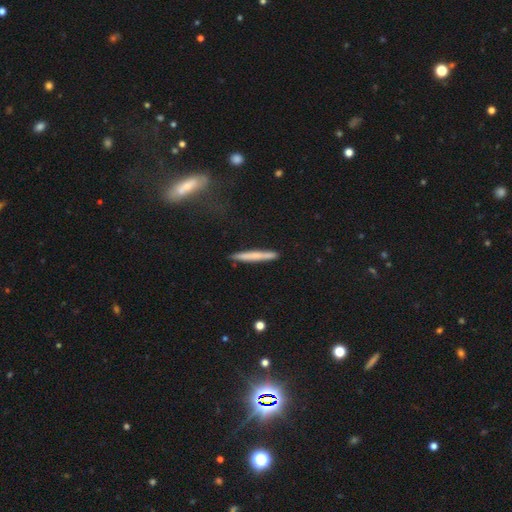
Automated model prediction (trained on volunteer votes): Smooth or featured?
  - smooth: 62% *
  - featured or disk: 32%
  - star or artifact: 6%
How rounded?
  - cigar-shaped: 96% *
  - in between: 2%
  - round: 1%
Merging?
  - none: 88% *
  - minor disturbance: 9%
  - merger: 2%
  - major disturbance: 2%